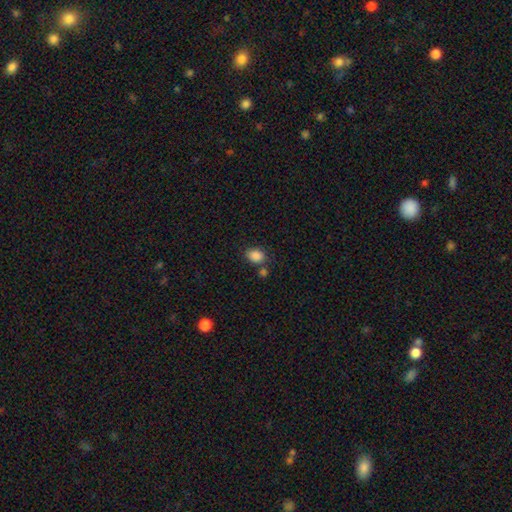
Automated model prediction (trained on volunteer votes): Smooth or featured: smooth — 87% (star or artifact — 10%)
How rounded: in between — 68% (round — 31%)
Merging: none — 70% (merger — 13%)